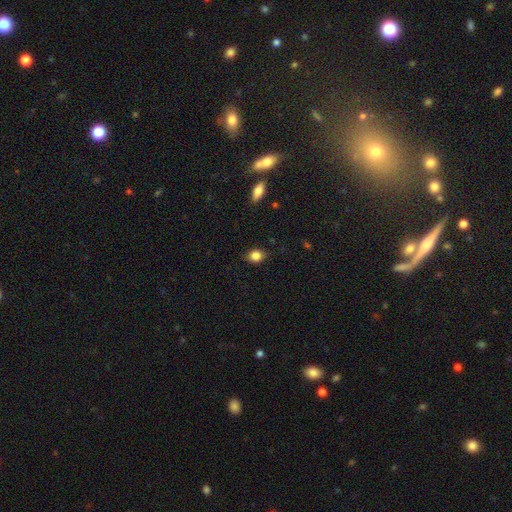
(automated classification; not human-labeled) Smooth or featured?
  - smooth: 83% *
  - star or artifact: 10%
  - featured or disk: 7%
How rounded?
  - round: 58% *
  - in between: 40%
  - cigar-shaped: 2%
Merging?
  - none: 80% *
  - minor disturbance: 16%
  - major disturbance: 3%
  - merger: 1%